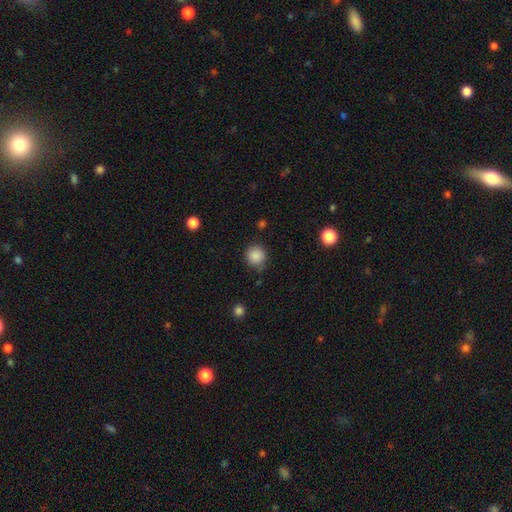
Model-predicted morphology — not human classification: Smooth or featured? Predicted: smooth (p=0.87). How rounded? Predicted: round (p=0.92). Merging? Predicted: none (p=0.79).